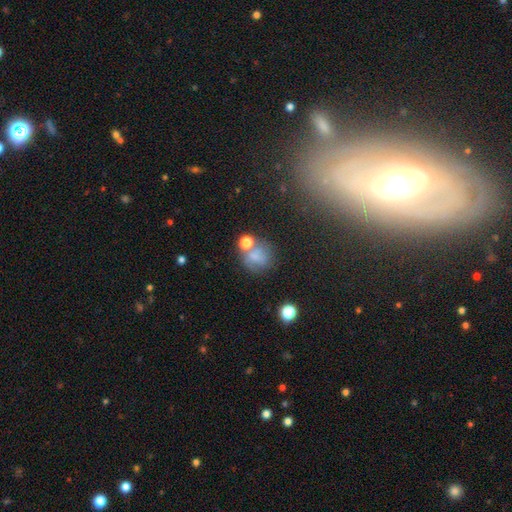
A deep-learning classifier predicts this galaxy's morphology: Smooth or featured?
  - smooth: 67% *
  - featured or disk: 18%
  - star or artifact: 15%
How rounded?
  - round: 74% *
  - in between: 25%
  - cigar-shaped: 1%
Merging?
  - none: 46% *
  - merger: 24%
  - minor disturbance: 18%
  - major disturbance: 12%